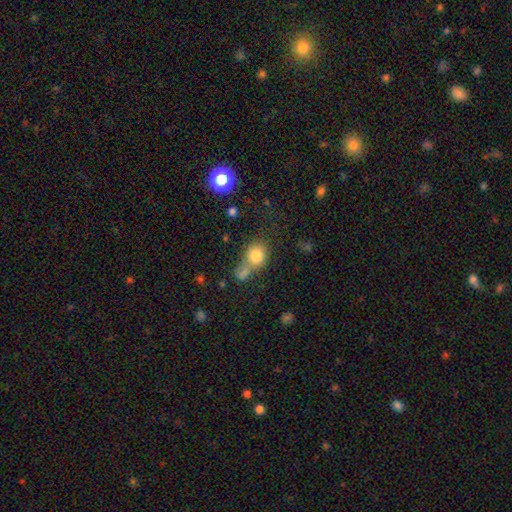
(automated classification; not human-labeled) A smooth galaxy with no disk features (80%) that is round (72%). Merging: merger (42%).